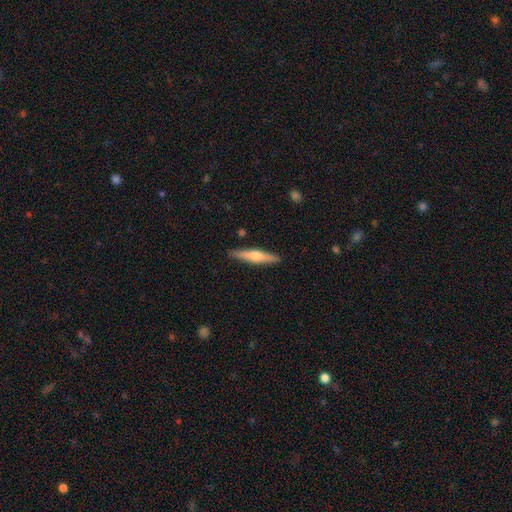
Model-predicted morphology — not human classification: type=featured or disk (53%); edge-on=yes (96%); edge-on bulge=rounded (89%); merging=none (90%).